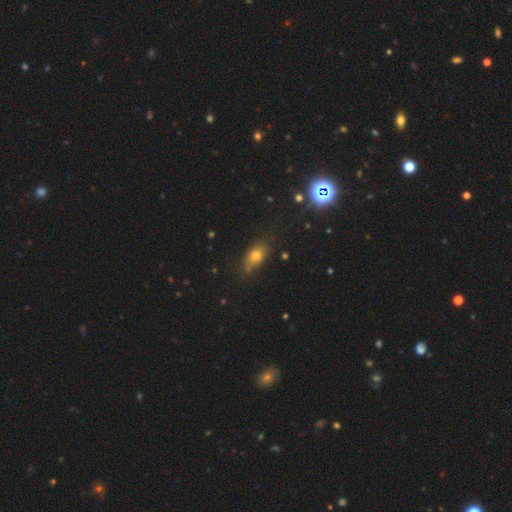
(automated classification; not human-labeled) Morphology: type=smooth (69%); roundness=in between (75%); merging=none (73%).